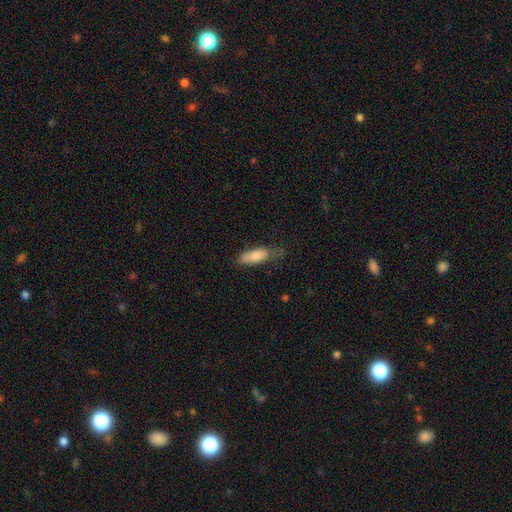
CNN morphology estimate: This is likely a smooth galaxy (79%). How rounded: likely in between (66%). Merging: possibly none (52%).